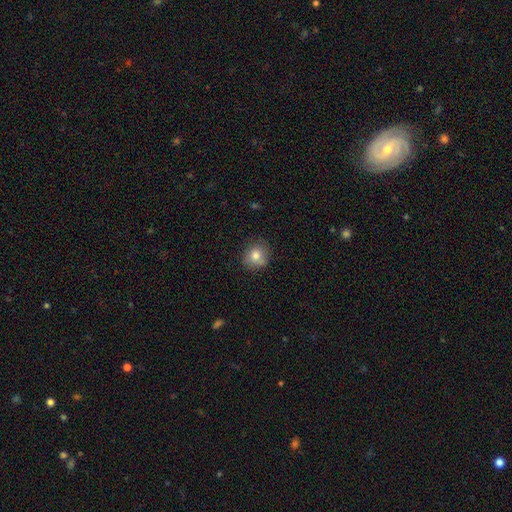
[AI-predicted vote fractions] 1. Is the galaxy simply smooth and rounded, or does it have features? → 80% smooth, 10% featured or disk, 10% star or artifact.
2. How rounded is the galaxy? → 83% round, 16% in between, 1% cigar-shaped.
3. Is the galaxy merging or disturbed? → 78% none, 17% minor disturbance, 4% major disturbance, 2% merger.